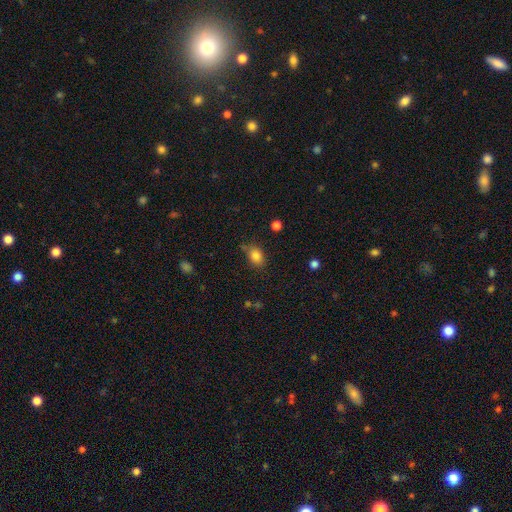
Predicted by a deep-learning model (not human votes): smooth-or-featured: smooth: 84% | star or artifact: 10% | featured or disk: 6%
  how-rounded: in between: 70% | round: 28% | cigar-shaped: 2%
  merging: none: 68% | minor disturbance: 23% | major disturbance: 6% | merger: 4%